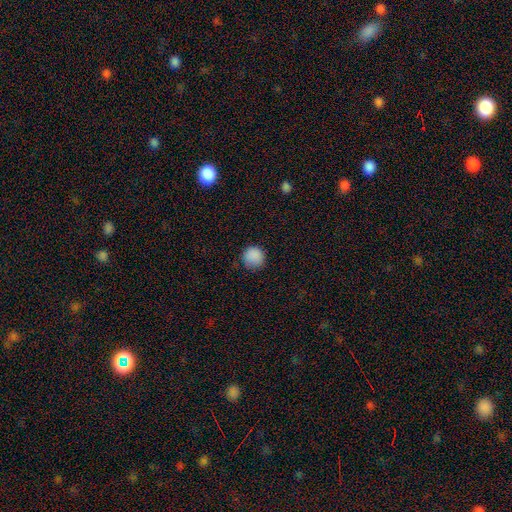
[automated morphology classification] Overall: smooth (88%). How rounded: round (94%). Merging: none (83%).